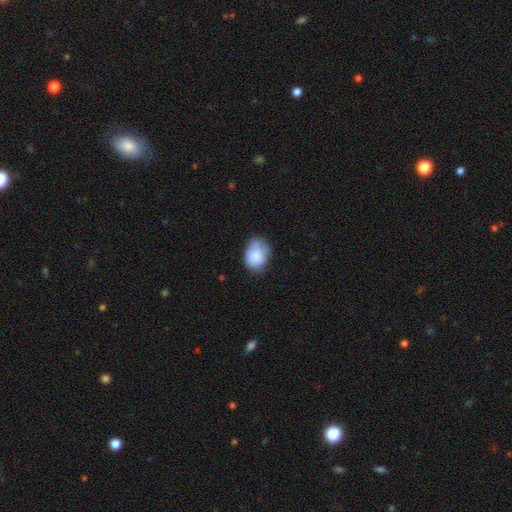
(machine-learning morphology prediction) The model was most divided on "merging": none: 57%, minor disturbance: 31%, major disturbance: 8%, merger: 3%. More confident: smooth or featured — smooth (80%); how rounded — in between (66%).